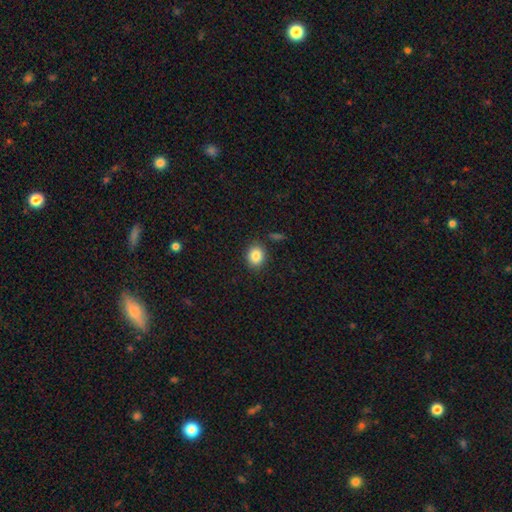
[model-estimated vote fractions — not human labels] smooth_or_featured: smooth (p=0.85) [alt: star or artifact p=0.09]
how_rounded: round (p=0.61) [alt: in between p=0.38]
merging: none (p=0.86) [alt: minor disturbance p=0.09]